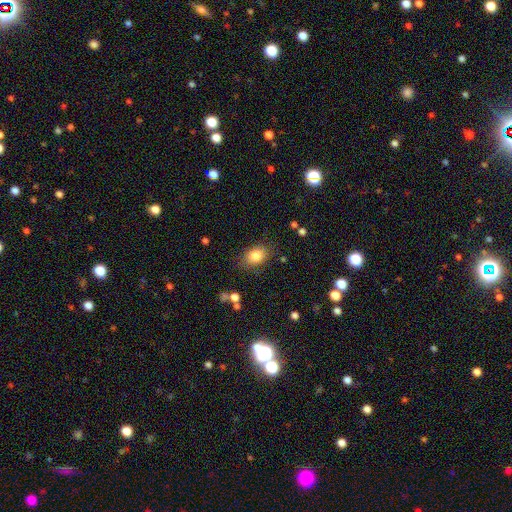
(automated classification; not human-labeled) Smooth or featured?
  - smooth: 83% *
  - star or artifact: 9%
  - featured or disk: 8%
How rounded?
  - in between: 73% *
  - round: 25%
  - cigar-shaped: 1%
Merging?
  - none: 79% *
  - minor disturbance: 15%
  - major disturbance: 4%
  - merger: 2%